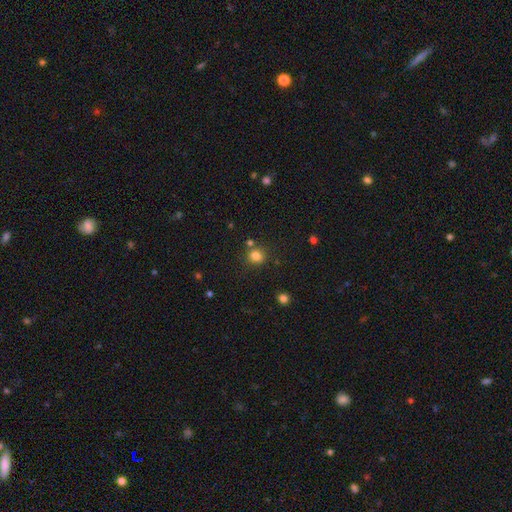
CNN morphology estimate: This is clearly a smooth galaxy (80%). How rounded: clearly round (80%). Merging: likely none (76%).